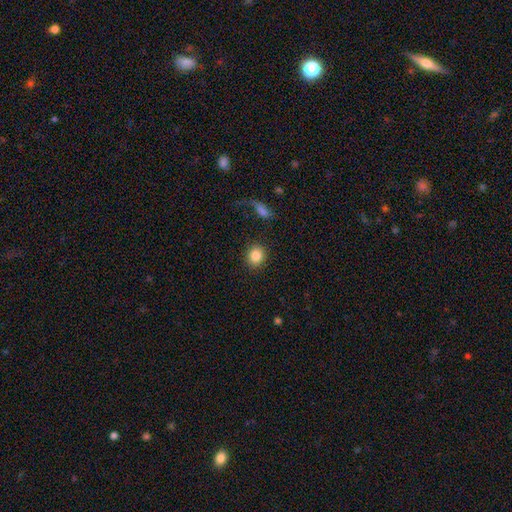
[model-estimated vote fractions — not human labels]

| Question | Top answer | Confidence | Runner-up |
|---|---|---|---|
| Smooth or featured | smooth | 86% | star or artifact (9%) |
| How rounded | round | 76% | in between (23%) |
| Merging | none | 87% | minor disturbance (7%) |